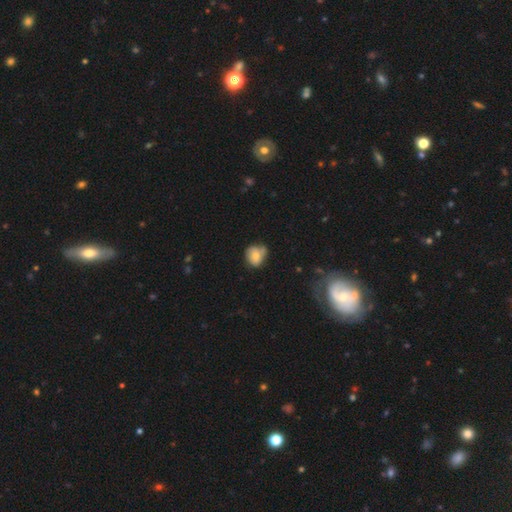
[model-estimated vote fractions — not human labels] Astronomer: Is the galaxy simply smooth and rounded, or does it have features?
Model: smooth — 72%.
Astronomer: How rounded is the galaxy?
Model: round — 68%.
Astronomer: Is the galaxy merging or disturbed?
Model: none — 52% (runner-up: minor disturbance, 32%).